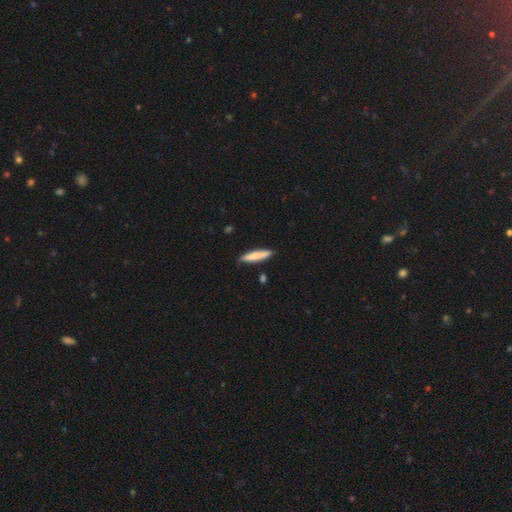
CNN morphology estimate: Smooth or featured: smooth — 79% (featured or disk — 16%)
How rounded: cigar-shaped — 89% (in between — 10%)
Merging: none — 84% (minor disturbance — 12%)